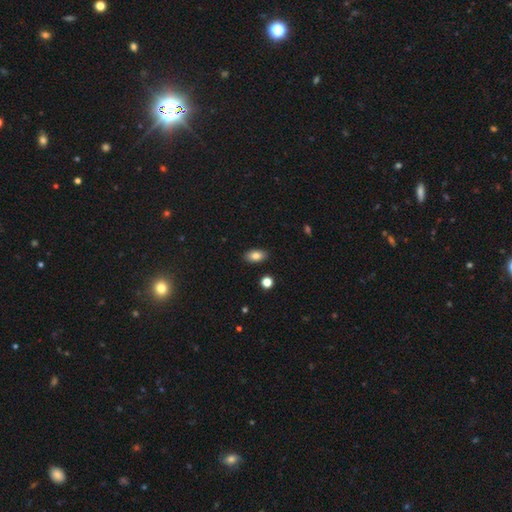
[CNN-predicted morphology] Smooth or featured?
  - smooth: 84% *
  - star or artifact: 9%
  - featured or disk: 7%
How rounded?
  - in between: 90% *
  - round: 7%
  - cigar-shaped: 3%
Merging?
  - none: 88% *
  - minor disturbance: 8%
  - major disturbance: 2%
  - merger: 2%